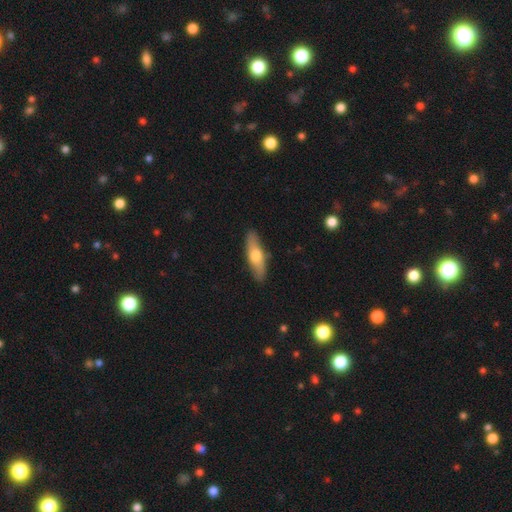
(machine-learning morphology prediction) This is possibly a smooth galaxy (59%). How rounded: possibly cigar-shaped (54%). Merging: clearly none (87%).